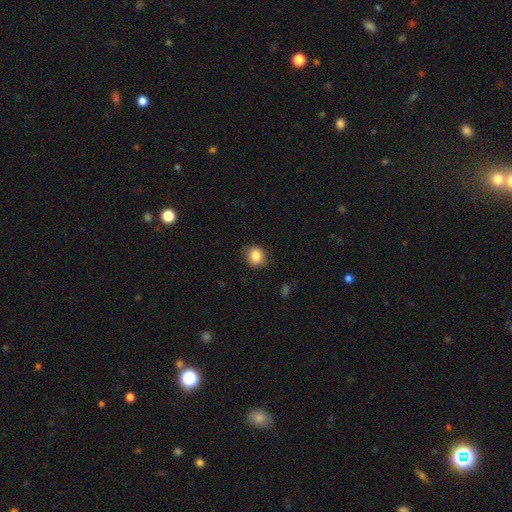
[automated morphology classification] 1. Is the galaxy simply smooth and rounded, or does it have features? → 85% smooth, 9% star or artifact, 6% featured or disk.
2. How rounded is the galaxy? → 71% round, 28% in between, 1% cigar-shaped.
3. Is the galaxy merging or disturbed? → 81% none, 15% minor disturbance, 3% major disturbance, 1% merger.